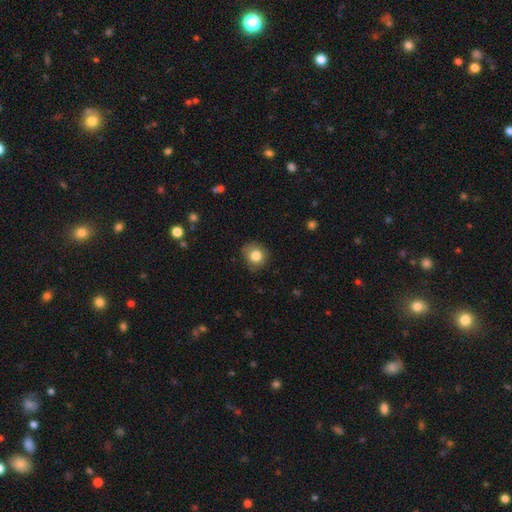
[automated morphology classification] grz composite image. It shows a smooth galaxy with no disk features (82%) that is round (83%). Merging: none (77%).